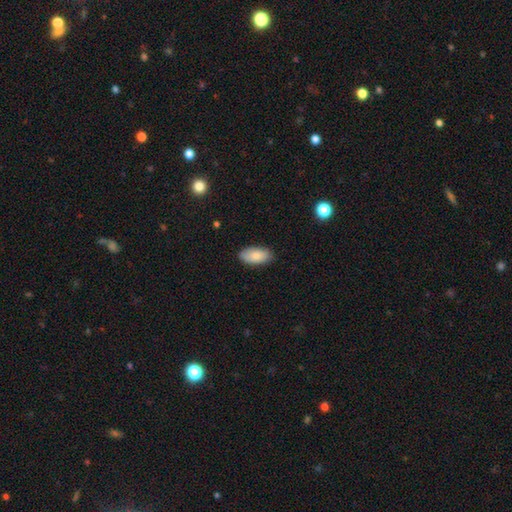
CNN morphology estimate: smooth-or-featured: smooth: 81% | featured or disk: 12% | star or artifact: 6%
  how-rounded: in between: 94% | cigar-shaped: 4% | round: 2%
  merging: none: 86% | minor disturbance: 11% | major disturbance: 2% | merger: 1%